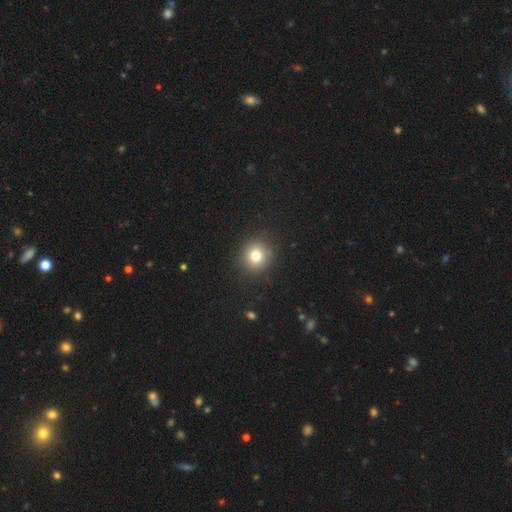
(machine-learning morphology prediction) smooth 79%, star or artifact 12%, featured or disk 9%. Down the decision tree: how rounded — round (87%); merging — none (90%).